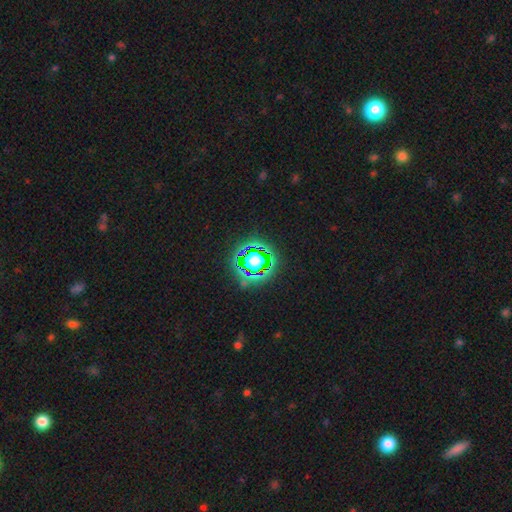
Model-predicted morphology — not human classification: Overall: star or artifact (77%).